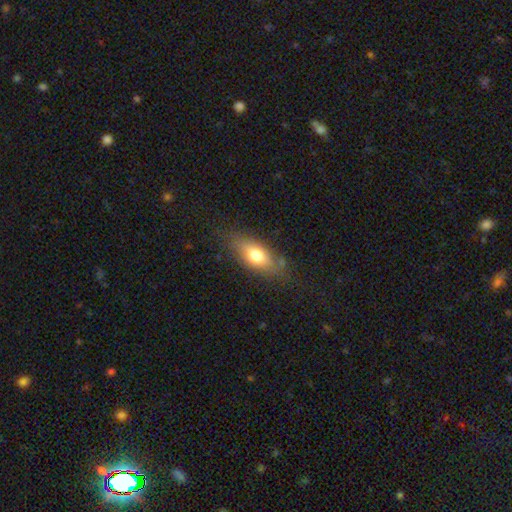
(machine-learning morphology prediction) A smooth galaxy with no disk features (71%) that is in between round and cigar-shaped (81%). Merging: none (74%).